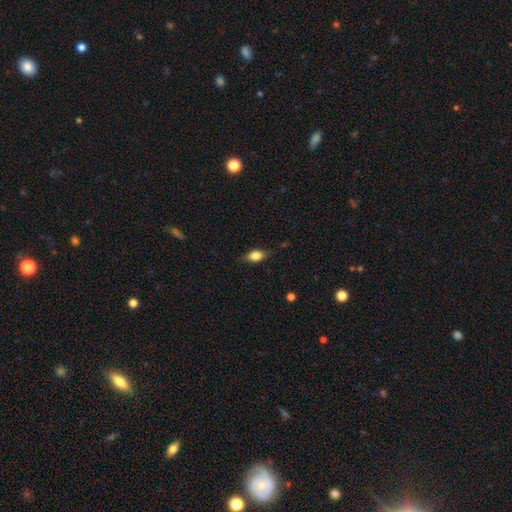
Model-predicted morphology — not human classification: Overall: smooth (75%). How rounded: in between (78%). Merging: none (75%).